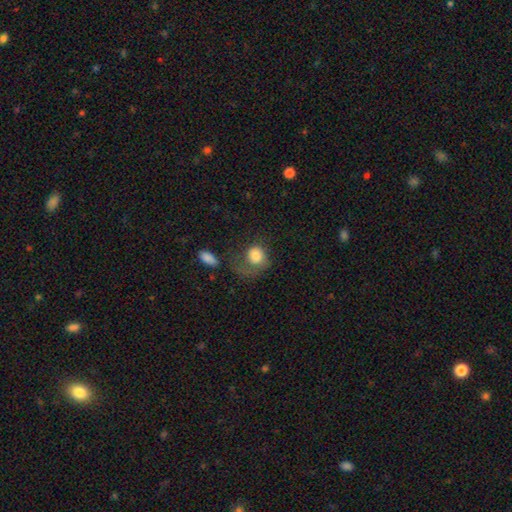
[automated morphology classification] This is likely a smooth galaxy (74%). How rounded: likely round (63%). Merging: possibly major disturbance (50%).